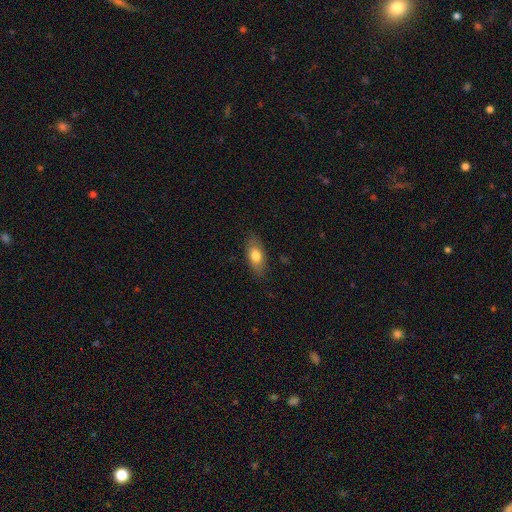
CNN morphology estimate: Smooth or featured: smooth — 75% (featured or disk — 18%)
How rounded: in between — 85% (cigar-shaped — 10%)
Merging: none — 82% (minor disturbance — 14%)